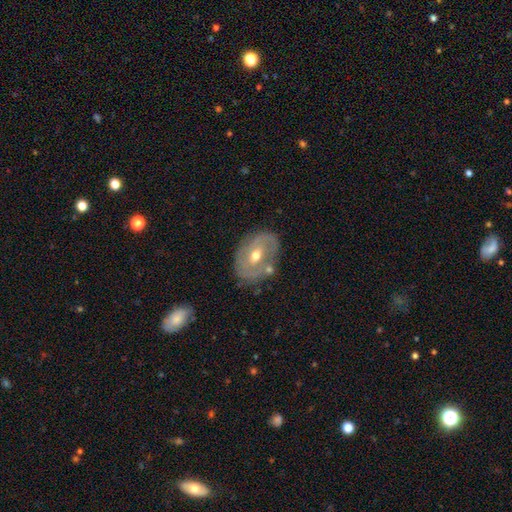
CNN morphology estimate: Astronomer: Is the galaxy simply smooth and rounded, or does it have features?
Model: featured or disk — 69%.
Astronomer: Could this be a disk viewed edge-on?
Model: no — 94%.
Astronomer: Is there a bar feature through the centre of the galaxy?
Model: no — 45% (runner-up: weak, 41%).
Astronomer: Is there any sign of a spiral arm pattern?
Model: yes — 60% (runner-up: no, 40%).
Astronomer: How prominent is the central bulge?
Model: moderate — 71%.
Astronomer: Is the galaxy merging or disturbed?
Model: none — 69%.